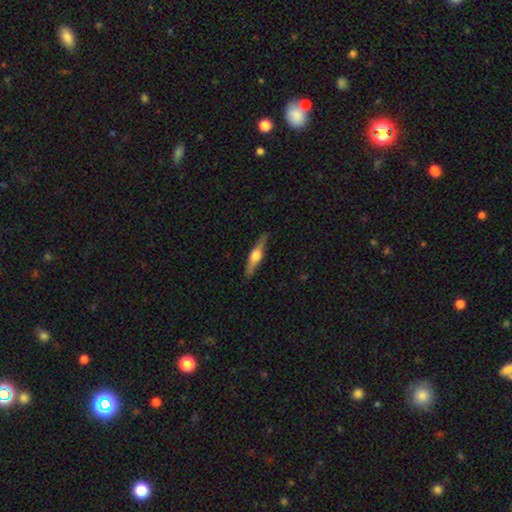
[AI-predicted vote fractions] Overall: featured or disk (64%; smooth 31%). Edge-on disk: yes (96%). Edge-on bulge: rounded (92%). Merging: none (89%).